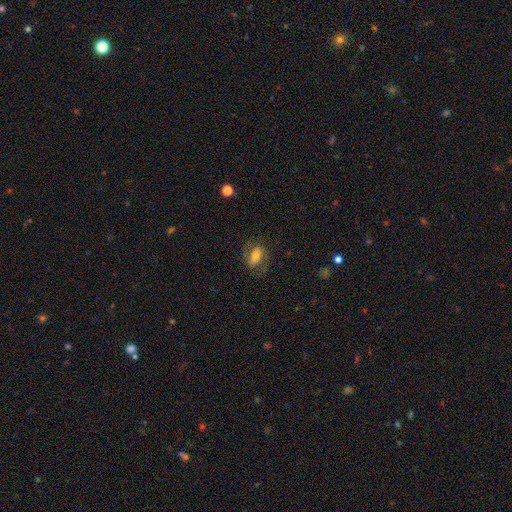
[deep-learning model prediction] Morphology: type=smooth (54%); roundness=in between (82%); merging=none (69%).